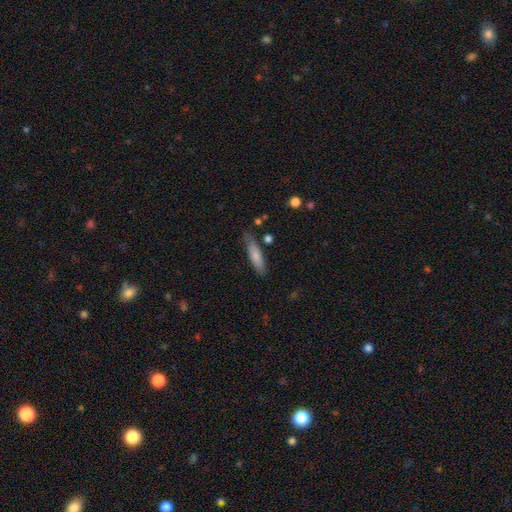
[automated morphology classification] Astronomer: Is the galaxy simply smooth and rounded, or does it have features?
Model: smooth — 75%.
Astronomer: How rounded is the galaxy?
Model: cigar-shaped — 70%.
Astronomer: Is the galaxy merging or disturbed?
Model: none — 72%.